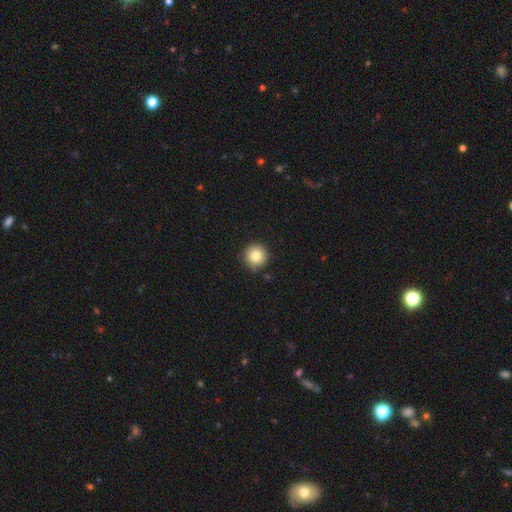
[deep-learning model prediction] Q: Smooth or featured?
A: smooth (81%); runner-up: star or artifact (10%)
Q: How rounded?
A: round (96%); runner-up: in between (3%)
Q: Merging?
A: none (89%); runner-up: minor disturbance (8%)